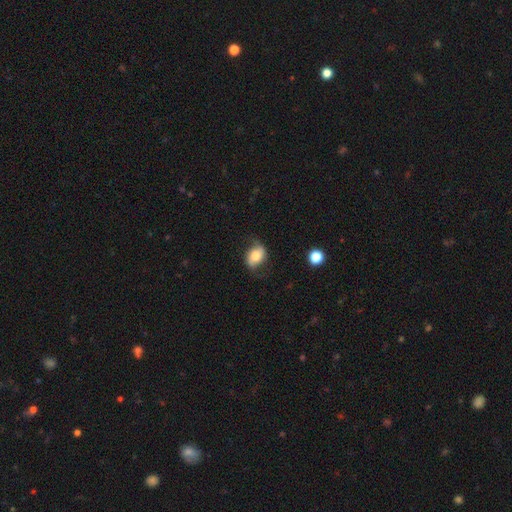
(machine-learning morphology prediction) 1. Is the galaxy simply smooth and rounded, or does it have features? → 56% smooth, 36% featured or disk, 8% star or artifact.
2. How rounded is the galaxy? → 75% in between, 24% round, 2% cigar-shaped.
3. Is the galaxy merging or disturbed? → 64% none, 24% minor disturbance, 10% major disturbance, 2% merger.